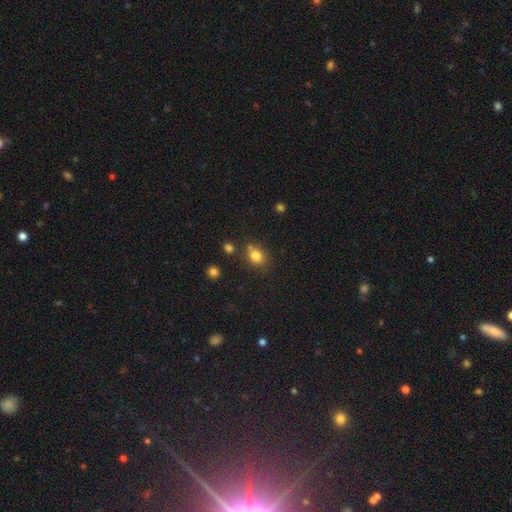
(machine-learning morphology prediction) A smooth galaxy with no disk features (80%) that is in between round and cigar-shaped (50%). Merging: none (65%).